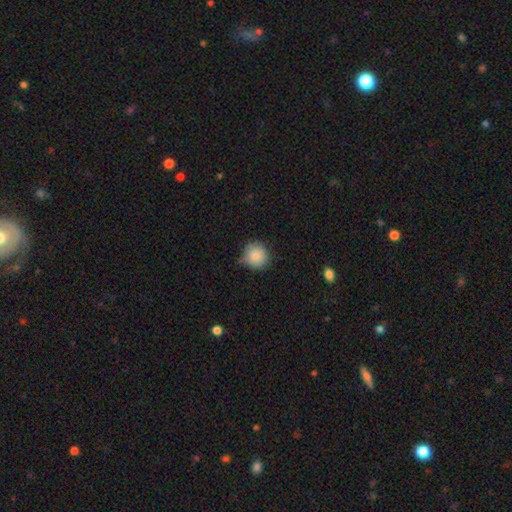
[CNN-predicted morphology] Overall: smooth (85%). How rounded: round (92%). Merging: none (67%).